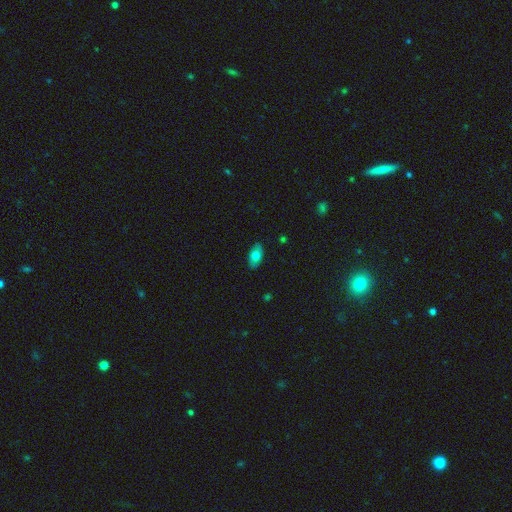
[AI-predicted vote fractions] Q: Smooth or featured?
A: smooth (71%); runner-up: featured or disk (21%)
Q: How rounded?
A: in between (92%); runner-up: round (5%)
Q: Merging?
A: none (86%); runner-up: minor disturbance (11%)